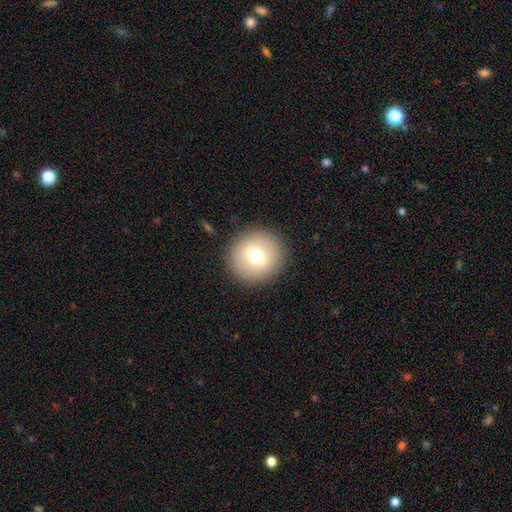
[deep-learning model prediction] Smooth or featured: smooth — 68% (featured or disk — 21%)
How rounded: round — 95% (in between — 5%)
Merging: none — 90% (minor disturbance — 6%)